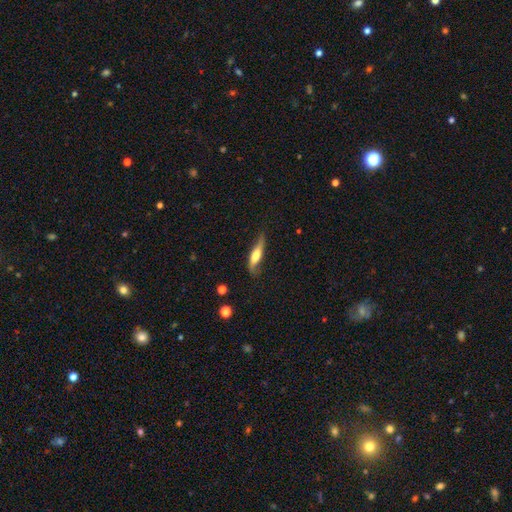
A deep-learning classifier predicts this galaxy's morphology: type=featured or disk (47%, tied with smooth); merging=none (61%).